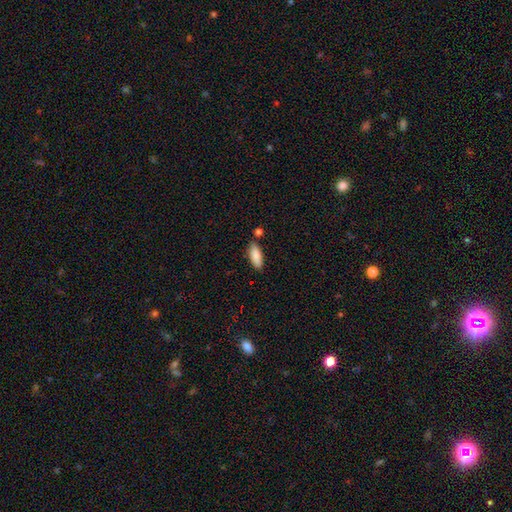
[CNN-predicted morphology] Smooth or featured? smooth (87%)
How rounded? in between (74%)
Merging? none (76%)